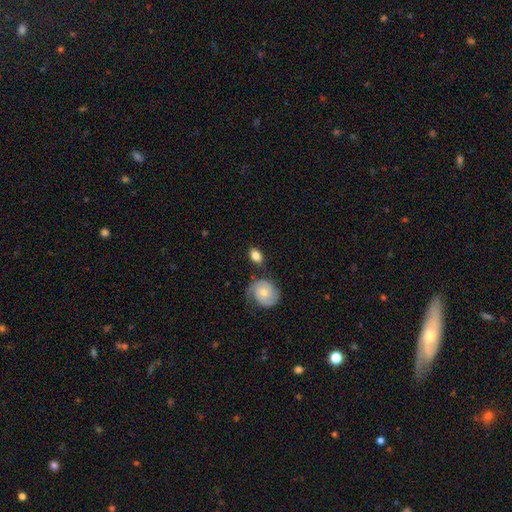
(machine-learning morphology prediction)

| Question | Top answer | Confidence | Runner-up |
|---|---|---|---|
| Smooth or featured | smooth | 74% | featured or disk (20%) |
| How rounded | in between | 76% | round (22%) |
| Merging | none | 70% | minor disturbance (15%) |